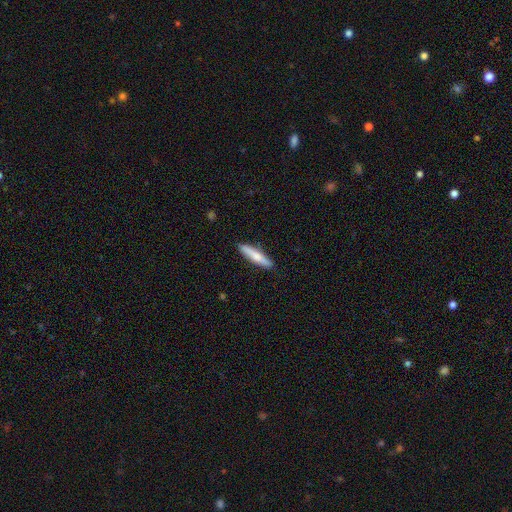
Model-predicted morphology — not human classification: A smooth galaxy with no disk features (68%) that is cigar-shaped (87%).

Vote fractions:
- Smooth or featured? smooth: 68% / featured or disk: 27% / star or artifact: 5%
- How rounded? cigar-shaped: 87% / in between: 12% / round: 1%
- Merging? none: 89% / minor disturbance: 9% / major disturbance: 2% / merger: 1%